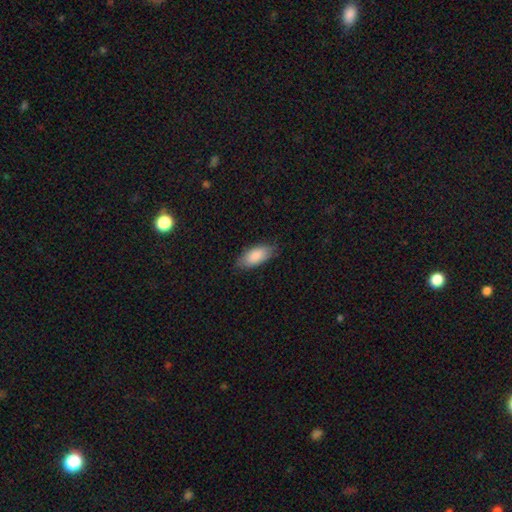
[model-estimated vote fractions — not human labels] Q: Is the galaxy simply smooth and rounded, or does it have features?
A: smooth — 87%.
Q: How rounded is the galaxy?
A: in between — 88%.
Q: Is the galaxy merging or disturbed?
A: none — 81%.